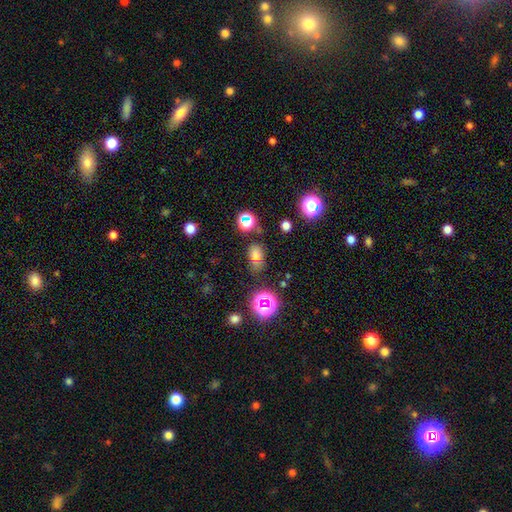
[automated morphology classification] Overall: smooth (67%). How rounded: in between (77%). Merging: none (64%).